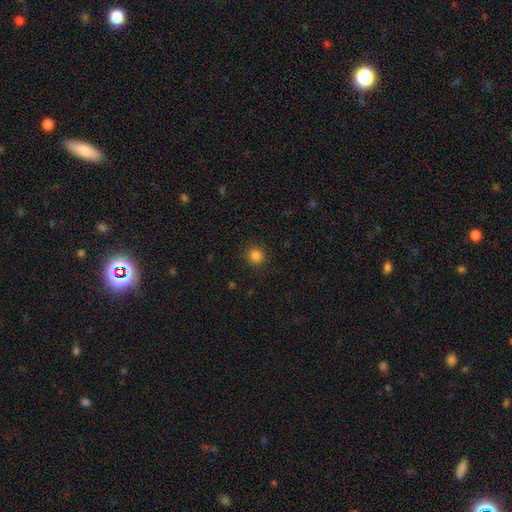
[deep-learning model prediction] A smooth galaxy with no disk features (84%) that is round (91%). Merging: none (90%).